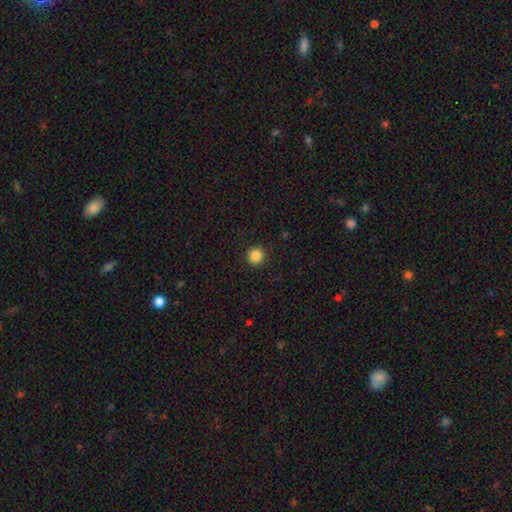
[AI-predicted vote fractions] Smooth or featured? Predicted: smooth (p=0.85). How rounded? Predicted: round (p=0.95). Merging? Predicted: none (p=0.92).